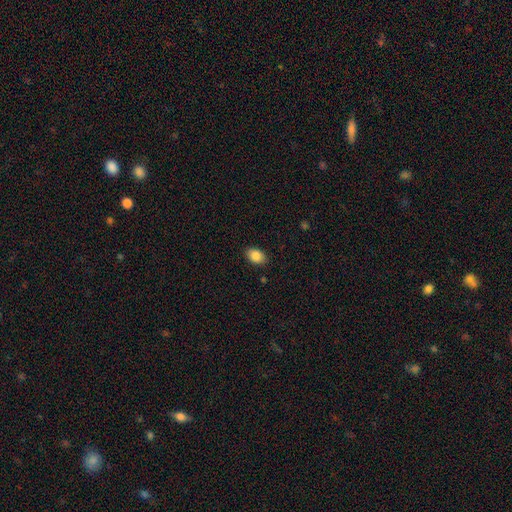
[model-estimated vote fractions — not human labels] The model was most divided on "how rounded": in between: 85%, round: 14%, cigar-shaped: 1%. More confident: smooth or featured — smooth (87%); merging — none (87%).